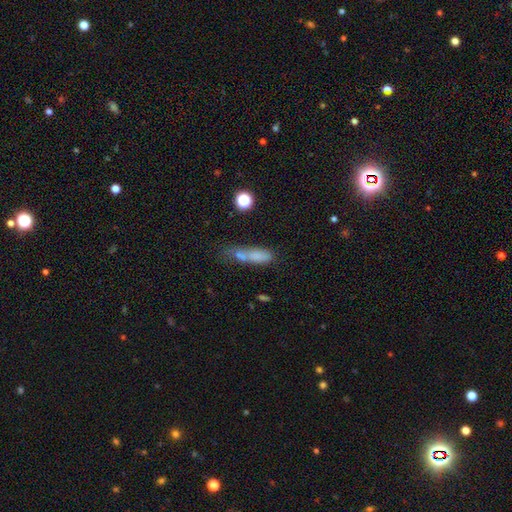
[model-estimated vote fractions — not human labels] Smooth or featured? Predicted: smooth (p=0.67). How rounded? Predicted: cigar-shaped (p=0.52). Merging? Predicted: none (p=0.36).